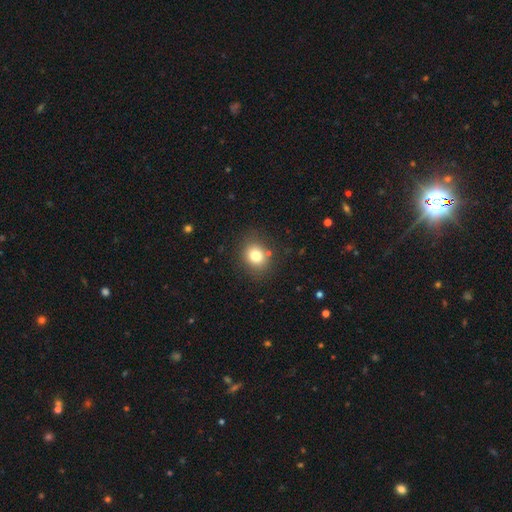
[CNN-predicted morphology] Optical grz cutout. It shows a smooth galaxy with no disk features (78%) that is round (70%). Merging: none (83%).